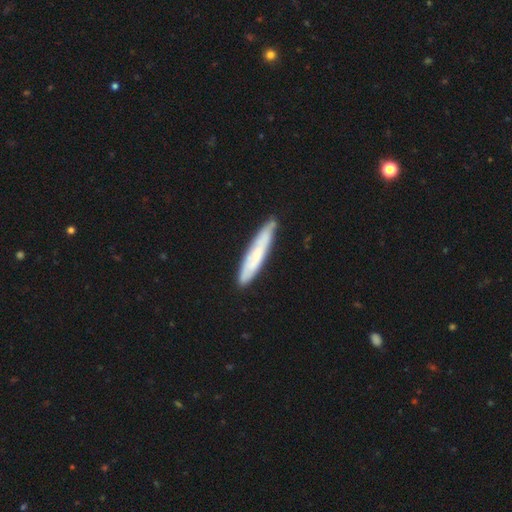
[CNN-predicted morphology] smooth_or_featured: smooth (p=0.58) [alt: featured or disk p=0.36]
how_rounded: cigar-shaped (p=0.91) [alt: in between p=0.08]
merging: none (p=0.84) [alt: minor disturbance p=0.13]